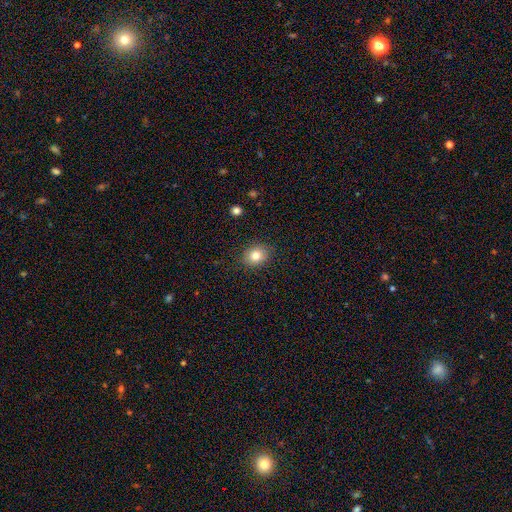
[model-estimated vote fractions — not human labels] Smooth or featured: smooth — 81% (star or artifact — 10%)
How rounded: round — 57% (in between — 42%)
Merging: none — 88% (minor disturbance — 9%)